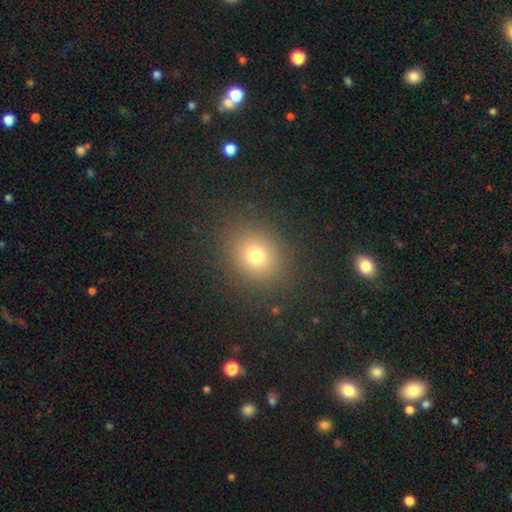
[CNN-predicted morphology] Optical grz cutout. It shows a smooth galaxy with no disk features (74%) that is round (70%). Merging: none (88%).